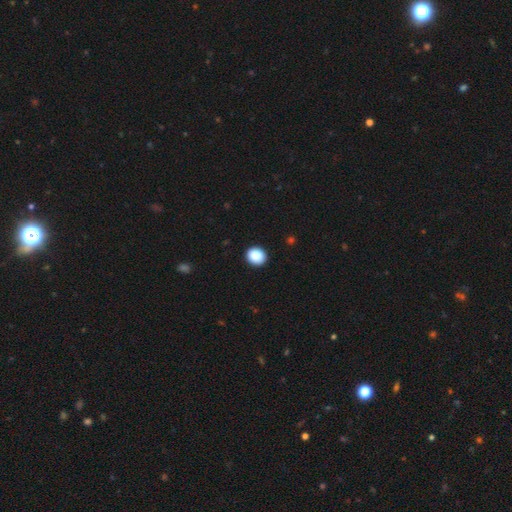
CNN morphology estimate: Q: Smooth or featured?
A: smooth (88%); runner-up: star or artifact (8%)
Q: How rounded?
A: round (78%); runner-up: in between (21%)
Q: Merging?
A: none (92%); runner-up: minor disturbance (5%)